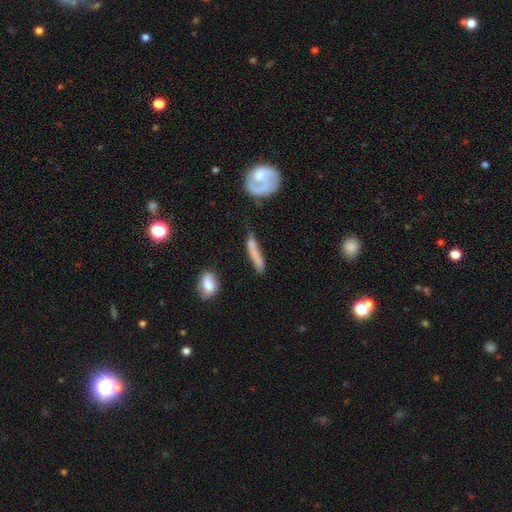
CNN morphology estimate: smooth_or_featured: smooth (p=0.64) [alt: featured or disk p=0.28]
how_rounded: cigar-shaped (p=0.85) [alt: in between p=0.12]
merging: none (p=0.51) [alt: minor disturbance p=0.25]